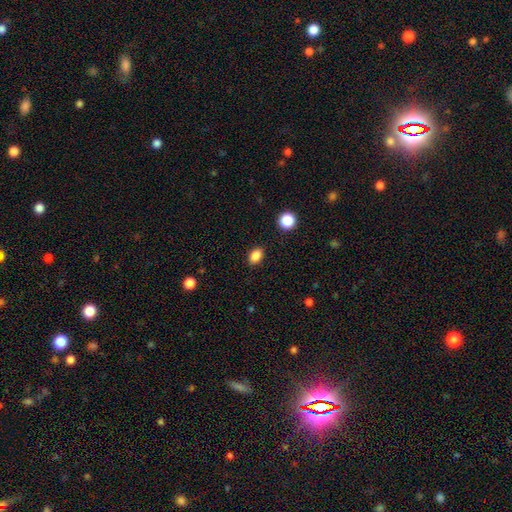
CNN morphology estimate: type=smooth (87%); roundness=in between (82%); merging=none (88%).